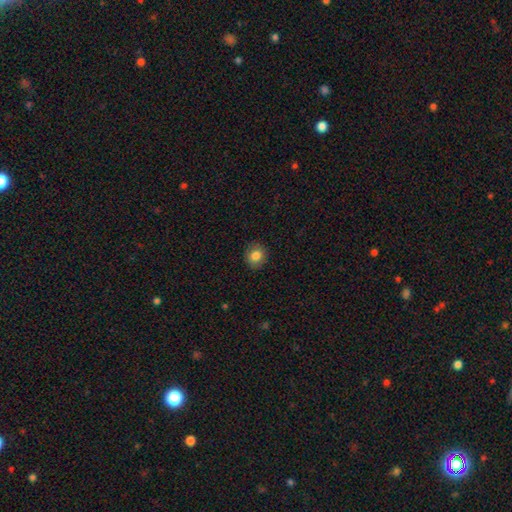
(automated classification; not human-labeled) This appears to be a smooth galaxy with no disk features (83%) that is round (79%). Merging: none (88%).